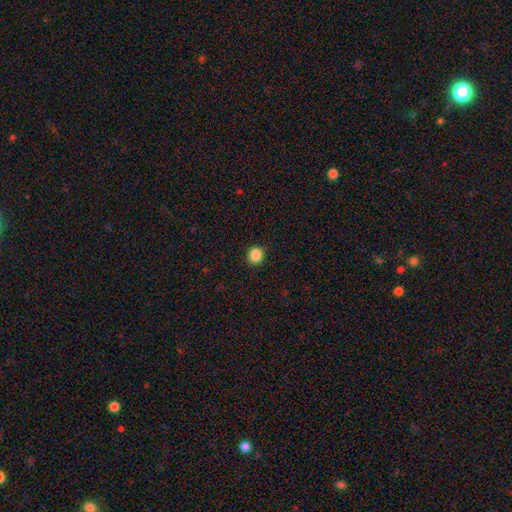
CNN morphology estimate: Smooth or featured? Predicted: smooth (p=0.87). How rounded? Predicted: round (p=0.79). Merging? Predicted: none (p=0.89).